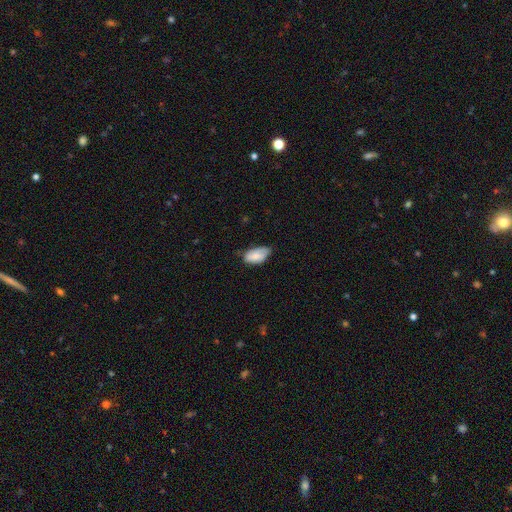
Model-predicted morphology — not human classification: Smooth or featured: smooth — 73% (featured or disk — 21%)
How rounded: in between — 93% (round — 4%)
Merging: none — 50% (minor disturbance — 41%)